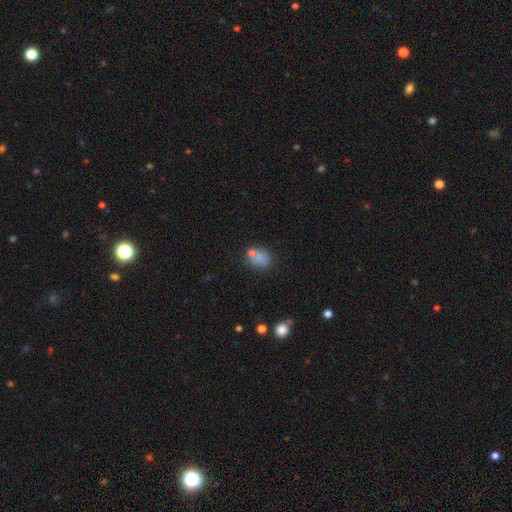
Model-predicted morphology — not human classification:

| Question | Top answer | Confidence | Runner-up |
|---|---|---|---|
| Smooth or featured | smooth | 73% | star or artifact (16%) |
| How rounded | round | 53% | in between (45%) |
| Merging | none | 61% | merger (20%) |